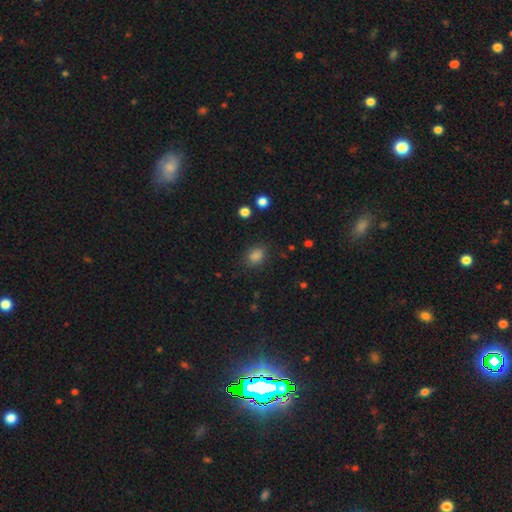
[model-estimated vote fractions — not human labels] smooth-or-featured: smooth: 82% | star or artifact: 14% | featured or disk: 4%
  how-rounded: in between: 52% | round: 47% | cigar-shaped: 1%
  merging: none: 84% | minor disturbance: 11% | major disturbance: 4% | merger: 2%